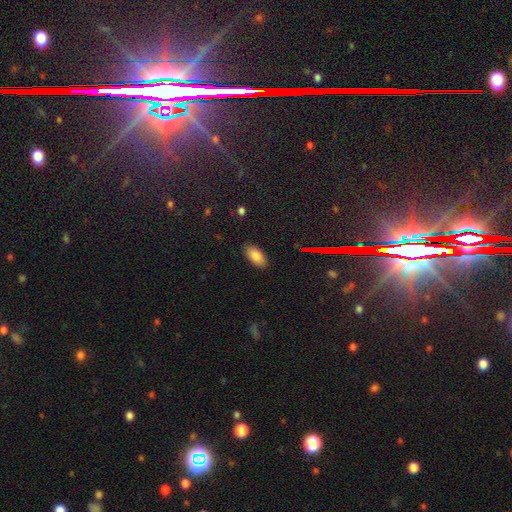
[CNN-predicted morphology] A smooth galaxy with no disk features (84%) that is in between round and cigar-shaped (92%). Merging: none (88%).